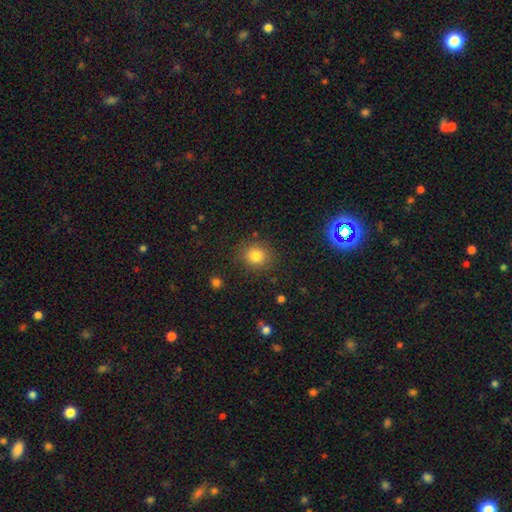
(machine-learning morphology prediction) Smooth or featured? smooth (82%)
How rounded? round (75%)
Merging? none (85%)